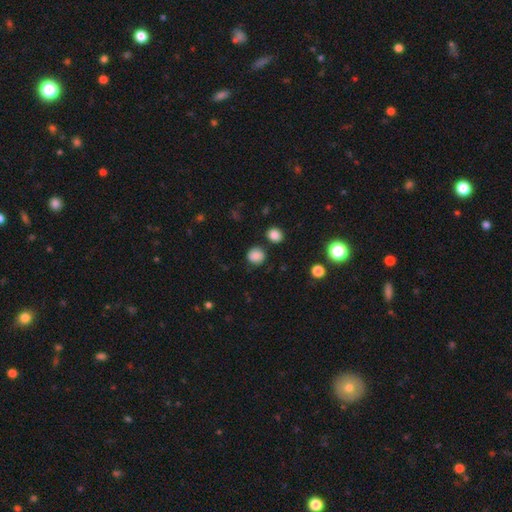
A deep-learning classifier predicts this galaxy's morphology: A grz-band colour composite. It shows a smooth galaxy with no disk features (84%) that is round (89%). Merging: none (82%).